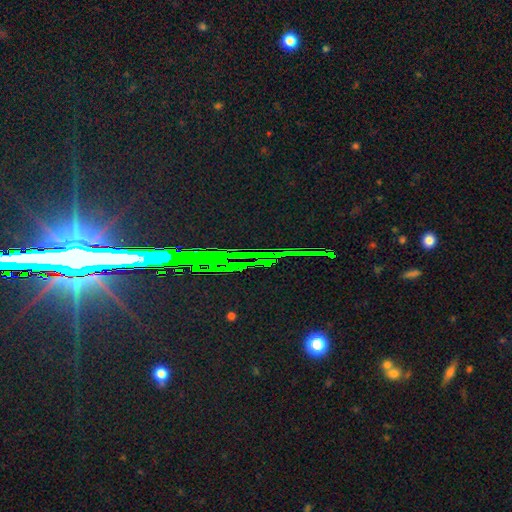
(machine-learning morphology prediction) Smooth or featured?
  - star or artifact: 83% *
  - smooth: 9%
  - featured or disk: 8%